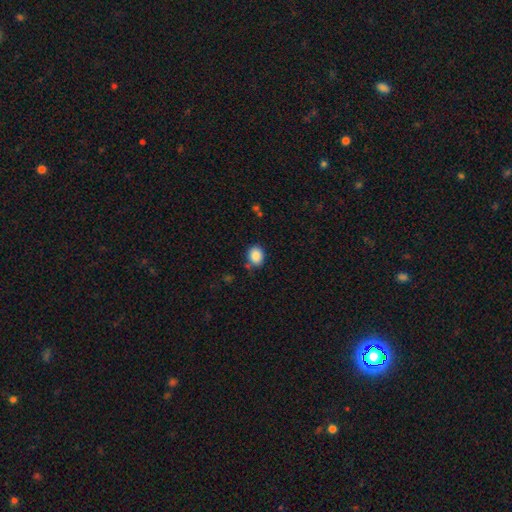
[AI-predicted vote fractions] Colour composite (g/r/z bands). It shows a smooth galaxy with no disk features (88%) that is in between round and cigar-shaped (55%). Merging: none (79%).